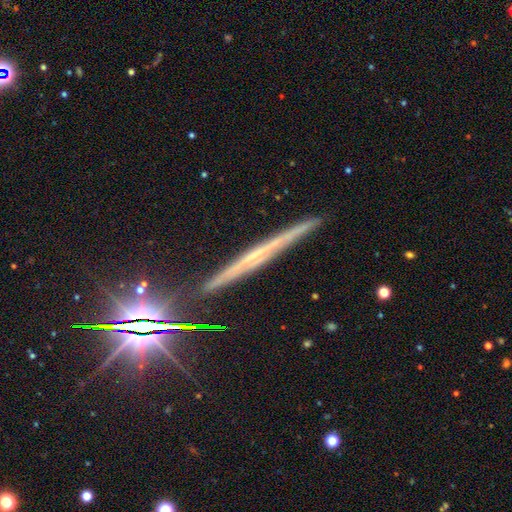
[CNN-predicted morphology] Overall: featured or disk (62%; smooth 23%). Edge-on disk: yes (97%). Edge-on bulge: none (70%). Merging: none (88%).